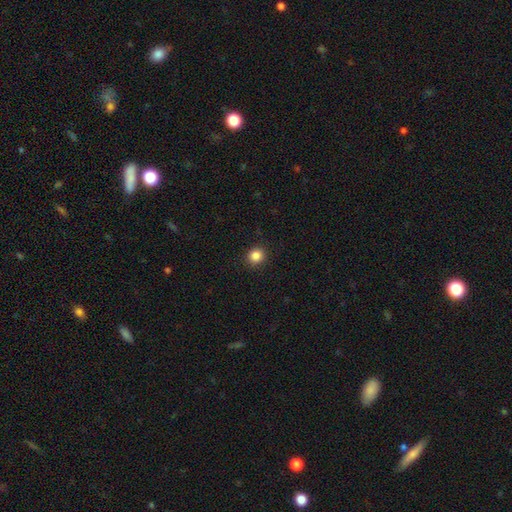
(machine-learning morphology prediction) Smooth or featured? smooth (85%)
How rounded? round (84%)
Merging? none (91%)